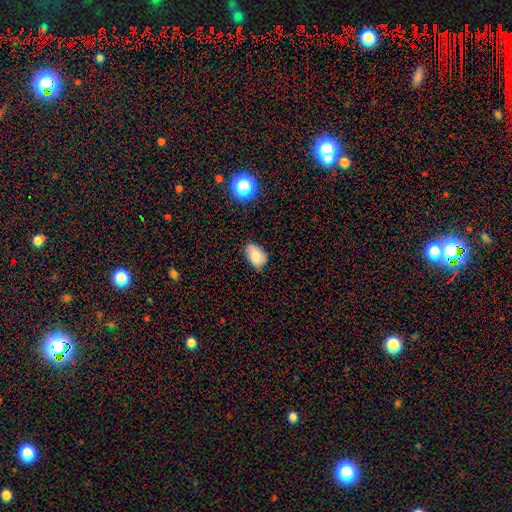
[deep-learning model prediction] A smooth galaxy with no disk features (80%) that is in between round and cigar-shaped (88%). Merging: none (67%).